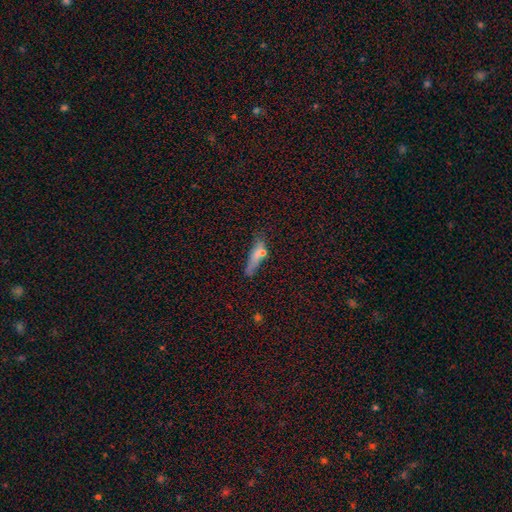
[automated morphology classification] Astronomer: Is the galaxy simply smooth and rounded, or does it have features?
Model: smooth — 60%.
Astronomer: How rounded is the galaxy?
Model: cigar-shaped — 63%.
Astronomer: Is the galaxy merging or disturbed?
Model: none — 57%.